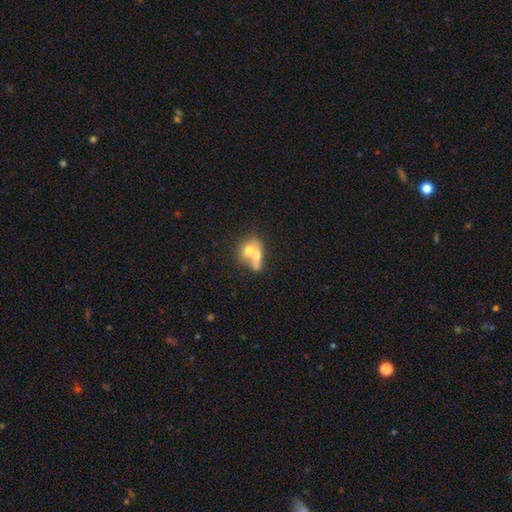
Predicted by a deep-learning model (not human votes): Overall: smooth (59%; featured or disk 32%). How rounded: in between (52%; round 43%). Merging: merger (69%).